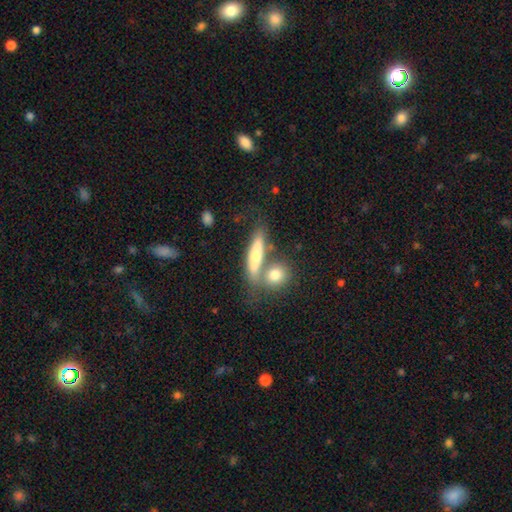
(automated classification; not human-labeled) Smooth or featured: smooth — 63% (featured or disk — 30%)
How rounded: cigar-shaped — 57% (in between — 36%)
Merging: none — 44% (merger — 37%)